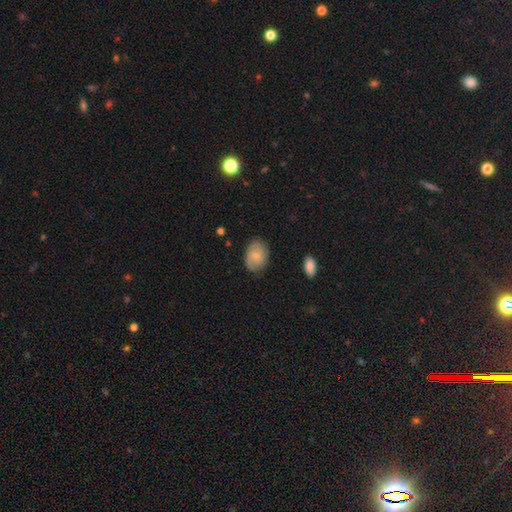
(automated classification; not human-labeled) Overall: smooth (70%). How rounded: in between (80%). Merging: none (77%).